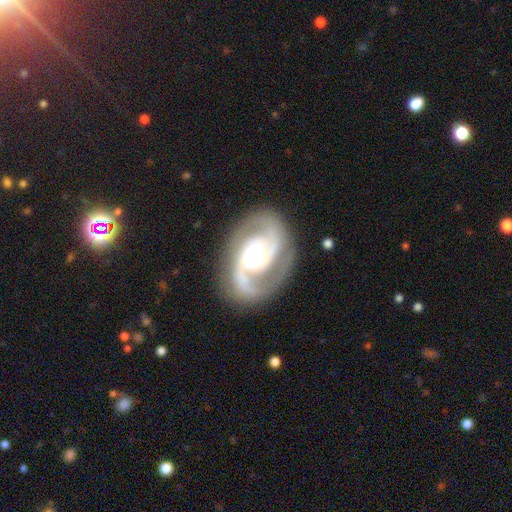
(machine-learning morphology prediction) smooth-or-featured: featured or disk: 91% | smooth: 5% | star or artifact: 4%
  disk-edge-on: no: 98% | yes: 2%
    bar: no: 54% | weak: 33% | strong: 13%
    has-spiral-arms: yes: 98% | no: 2%
      spiral-winding: medium: 51% | tight: 38% | loose: 11%
      spiral-arm-count: 2: 85% | 3: 6% | can't tell: 3% | 1: 2% | 4: 2% | more than 4: 2%
    bulge-size: moderate: 57% | small: 26% | large: 14% | dominant: 2% | none: 1%
  merging: none: 82% | minor disturbance: 11% | major disturbance: 5% | merger: 1%